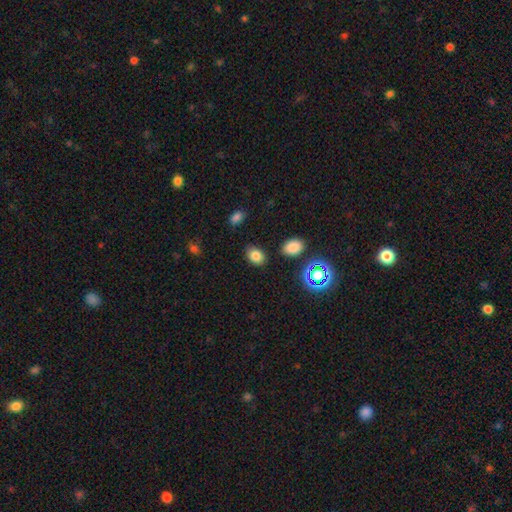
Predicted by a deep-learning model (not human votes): This appears to be a smooth galaxy with no disk features (81%) that is in between round and cigar-shaped (71%). Merging: none (83%).